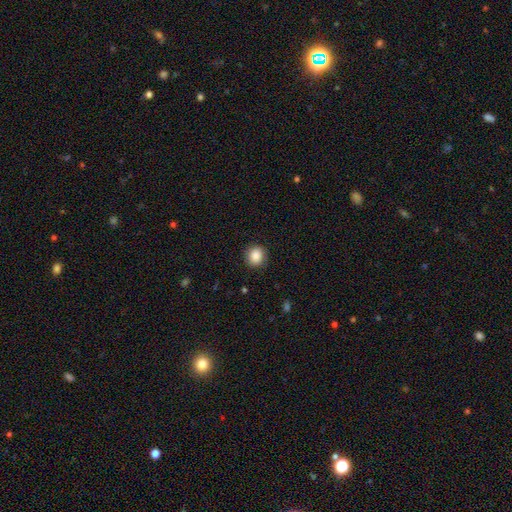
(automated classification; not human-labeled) Smooth or featured?
  - smooth: 87% *
  - star or artifact: 9%
  - featured or disk: 4%
How rounded?
  - round: 87% *
  - in between: 12%
  - cigar-shaped: 1%
Merging?
  - none: 88% *
  - minor disturbance: 8%
  - major disturbance: 2%
  - merger: 1%